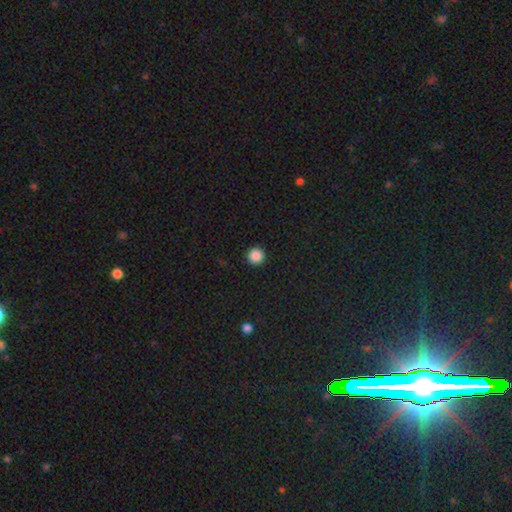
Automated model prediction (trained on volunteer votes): Overall: smooth (87%). How rounded: round (96%). Merging: none (93%).